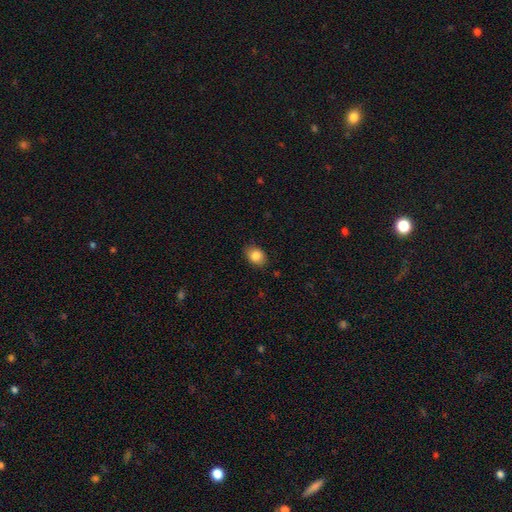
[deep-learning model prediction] This is clearly a smooth galaxy (85%). How rounded: likely in between (70%). Merging: clearly none (83%).